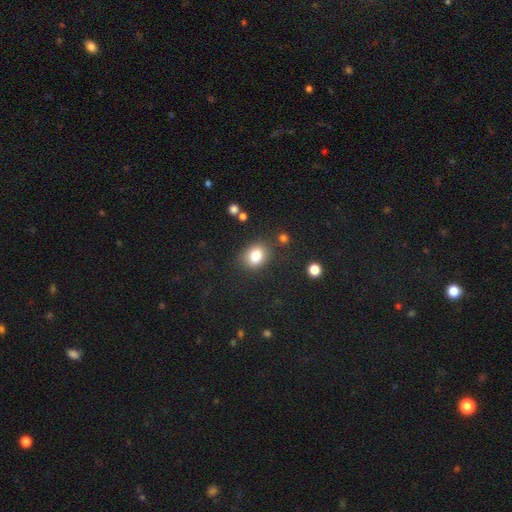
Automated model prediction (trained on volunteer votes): This appears to be a smooth galaxy with no disk features (84%) that is in between round and cigar-shaped (52%). Merging: none (77%).